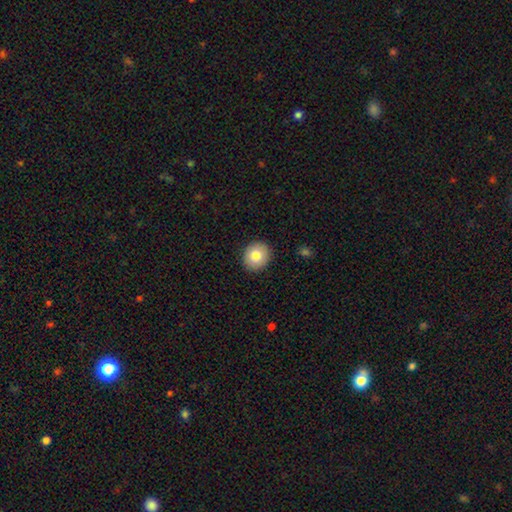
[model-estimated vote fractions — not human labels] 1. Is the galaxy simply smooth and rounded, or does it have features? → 81% smooth, 11% featured or disk, 8% star or artifact.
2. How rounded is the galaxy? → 79% round, 20% in between, 1% cigar-shaped.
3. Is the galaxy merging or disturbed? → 91% none, 6% minor disturbance, 2% major disturbance, 1% merger.